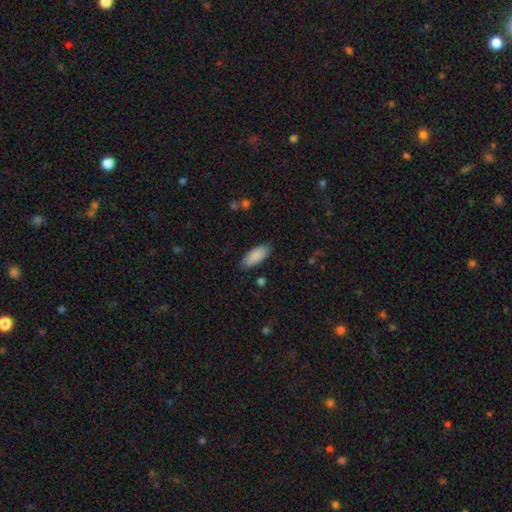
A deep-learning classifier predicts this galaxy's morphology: Smooth or featured? smooth (89%)
How rounded? in between (84%)
Merging? none (85%)